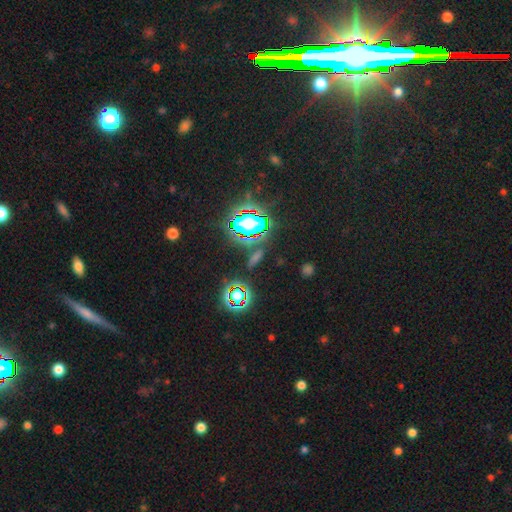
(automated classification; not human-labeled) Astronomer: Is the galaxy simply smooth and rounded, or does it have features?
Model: star or artifact — 77%.